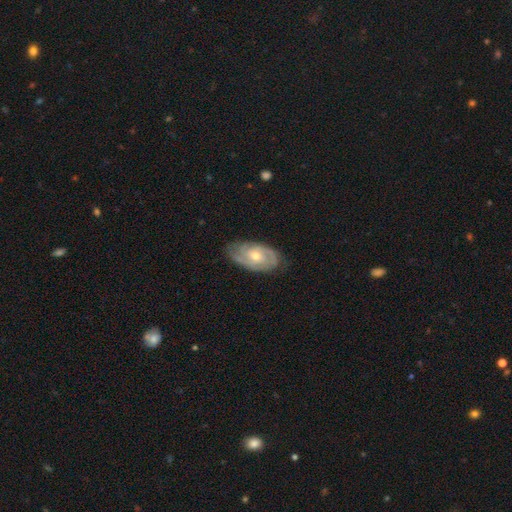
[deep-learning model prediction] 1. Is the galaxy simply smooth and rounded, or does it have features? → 84% featured or disk, 12% smooth, 5% star or artifact.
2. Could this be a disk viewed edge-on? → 95% no, 5% yes.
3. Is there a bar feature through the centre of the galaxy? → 64% no, 30% weak, 6% strong.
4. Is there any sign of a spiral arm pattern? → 95% yes, 5% no.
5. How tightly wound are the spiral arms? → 61% tight, 32% medium, 7% loose.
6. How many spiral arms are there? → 46% 2, 23% 3, 19% can't tell, 5% 4, 4% 1, 3% more than 4.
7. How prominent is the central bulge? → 58% moderate, 38% small, 2% large, 1% none, 1% dominant.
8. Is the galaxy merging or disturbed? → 77% none, 18% minor disturbance, 4% major disturbance, 1% merger.